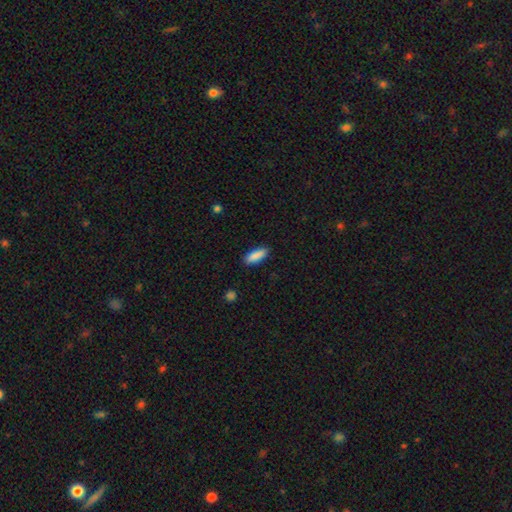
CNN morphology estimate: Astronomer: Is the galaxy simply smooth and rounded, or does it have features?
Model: smooth — 88%.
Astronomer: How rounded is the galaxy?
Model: in between — 53% (runner-up: cigar-shaped, 45%).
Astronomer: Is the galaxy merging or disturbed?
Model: none — 88%.